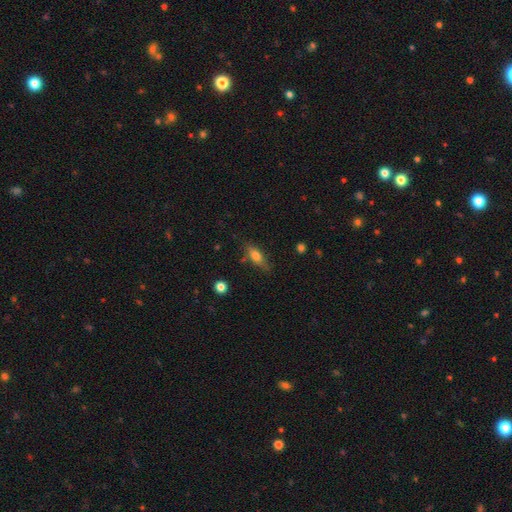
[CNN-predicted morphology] type=smooth (69%); roundness=in between (62%); merging=none (71%).